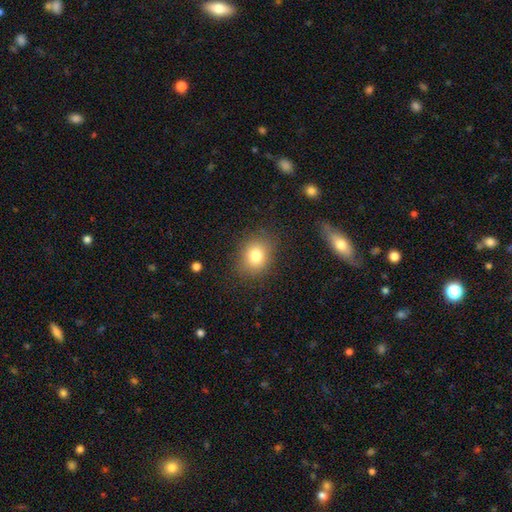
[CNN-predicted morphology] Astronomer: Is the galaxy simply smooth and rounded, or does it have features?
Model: smooth — 79%.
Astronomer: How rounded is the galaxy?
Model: round — 57% (runner-up: in between, 42%).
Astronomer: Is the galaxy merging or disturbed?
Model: none — 84%.